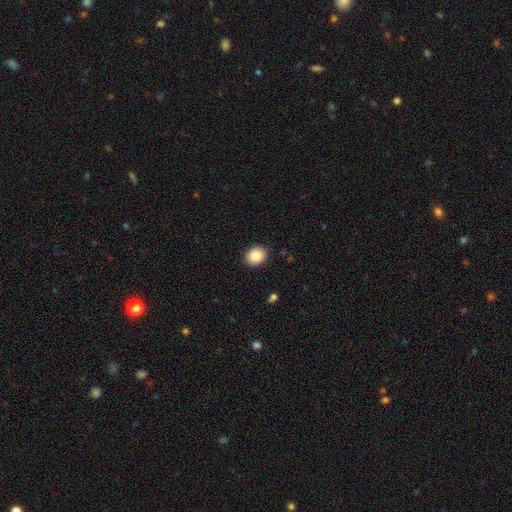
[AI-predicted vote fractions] This is clearly a smooth galaxy (85%). How rounded: possibly round (57%). Merging: clearly none (91%).